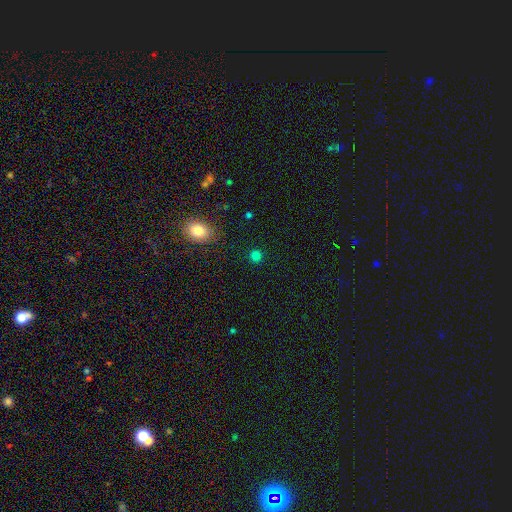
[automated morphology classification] The model was most divided on "smooth or featured": smooth: 80%, star or artifact: 17%, featured or disk: 4%. More confident: how rounded — round (91%); merging — none (90%).